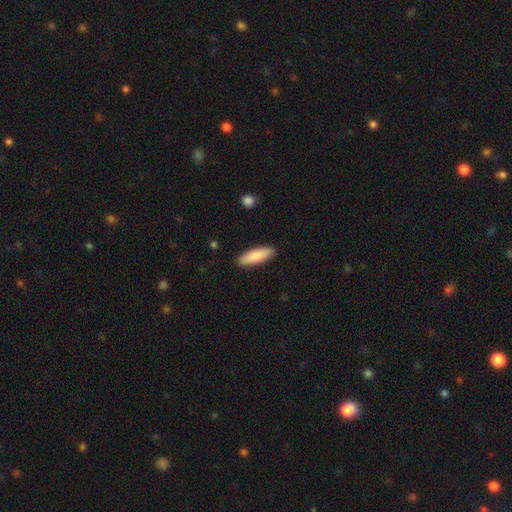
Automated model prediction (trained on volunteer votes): Smooth or featured? Predicted: smooth (p=0.84). How rounded? Predicted: in between (p=0.51). Merging? Predicted: none (p=0.89).